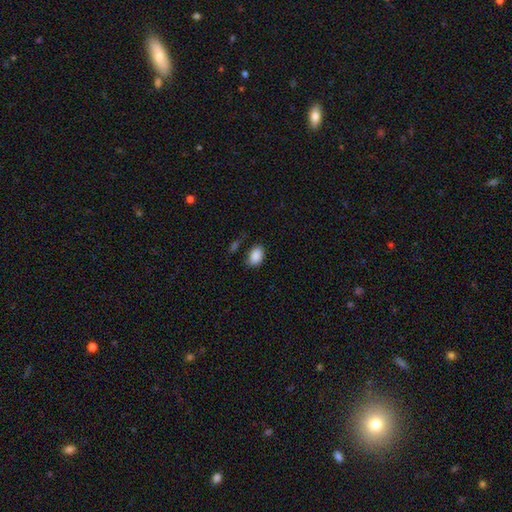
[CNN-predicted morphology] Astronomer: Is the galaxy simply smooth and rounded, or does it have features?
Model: smooth — 88%.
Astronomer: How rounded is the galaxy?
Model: in between — 85%.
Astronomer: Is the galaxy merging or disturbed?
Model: none — 73%.